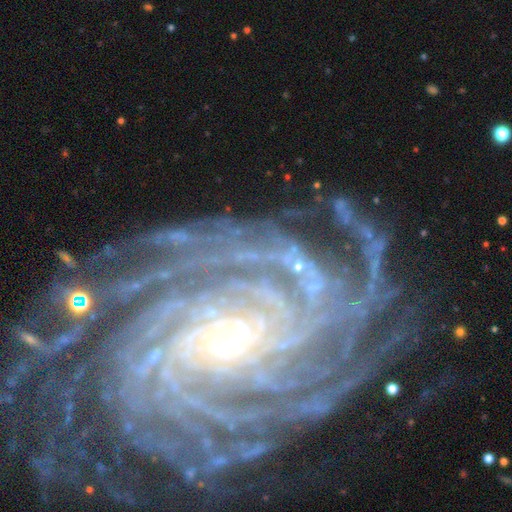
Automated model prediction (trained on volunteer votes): Smooth or featured?
  - featured or disk: 88% *
  - star or artifact: 8%
  - smooth: 4%
Edge-on disk?
  - no: 97% *
  - yes: 3%
Bar?
  - no: 45% *
  - weak: 32%
  - strong: 24%
Spiral arms?
  - yes: 98% *
  - no: 2%
Spiral winding?
  - tight: 78% *
  - medium: 18%
  - loose: 4%
Spiral arm count?
  - more than 4: 30% *
  - 4: 20%
  - can't tell: 17%
  - 3: 12%
  - 2: 11%
  - 1: 9%
Bulge size?
  - small: 74% *
  - moderate: 19%
  - none: 3%
  - large: 2%
  - dominant: 1%
Merging?
  - none: 70% *
  - minor disturbance: 16%
  - major disturbance: 11%
  - merger: 3%